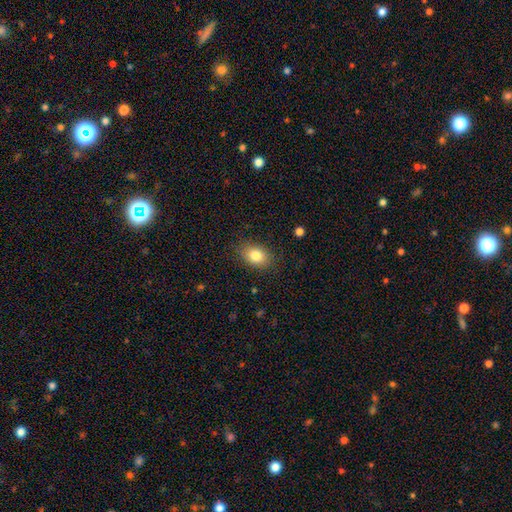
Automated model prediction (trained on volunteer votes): Overall: smooth (83%). How rounded: in between (78%). Merging: none (84%).